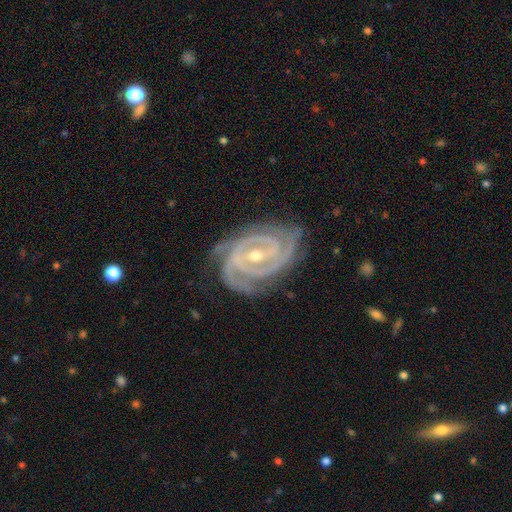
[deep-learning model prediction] A featured or disk galaxy (93%) with a weak bar (37%), 3 (38%) tight (82%) spiral arms (99%) and a small central bulge (54%).

Vote fractions:
- Smooth or featured? featured or disk: 93% / star or artifact: 4% / smooth: 2%
- Edge-on disk? no: 97% / yes: 3%
- Bar? weak: 37% / strong: 32% / no: 32%
- Spiral arms? yes: 99% / no: 1%
- Spiral winding? tight: 82% / medium: 16% / loose: 2%
- Spiral arm count? 3: 38% / 2: 31% / 4: 13% / can't tell: 8% / more than 4: 5% / 1: 5%
- Bulge size? small: 54% / moderate: 43% / large: 1% / none: 1% / dominant: 1%
- Merging? none: 76% / minor disturbance: 18% / major disturbance: 4% / merger: 1%